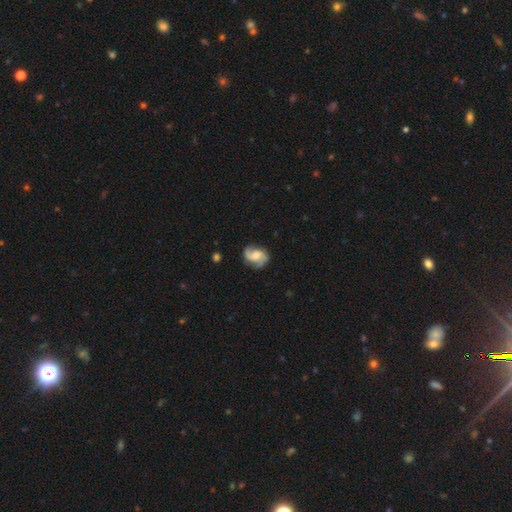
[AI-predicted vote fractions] This appears to be a featured or disk galaxy (82%) with no bar (54%), 2 (87%) medium (47%) spiral arms (97%) and a moderate central bulge (52%). Merging: none (78%).